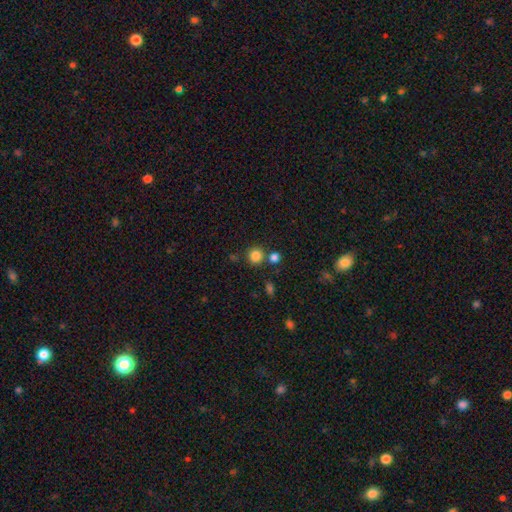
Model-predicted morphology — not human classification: This is clearly a smooth galaxy (83%). How rounded: clearly round (90%). Merging: likely none (75%).